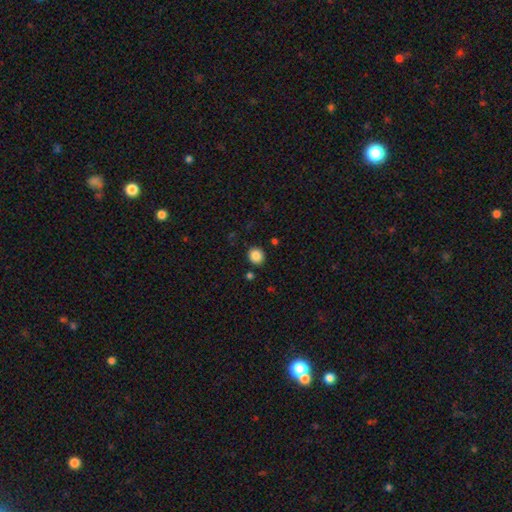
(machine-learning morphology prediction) Q: Smooth or featured?
A: smooth (86%); runner-up: star or artifact (10%)
Q: How rounded?
A: round (86%); runner-up: in between (13%)
Q: Merging?
A: none (89%); runner-up: minor disturbance (6%)